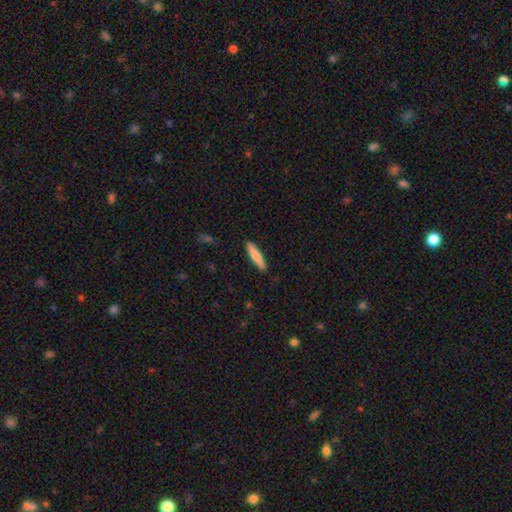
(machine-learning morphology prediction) A smooth galaxy with no disk features (78%) that is cigar-shaped (85%).

Vote fractions:
- Smooth or featured? smooth: 78% / featured or disk: 17% / star or artifact: 5%
- How rounded? cigar-shaped: 85% / in between: 14% / round: 1%
- Merging? none: 90% / minor disturbance: 7% / major disturbance: 2% / merger: 1%